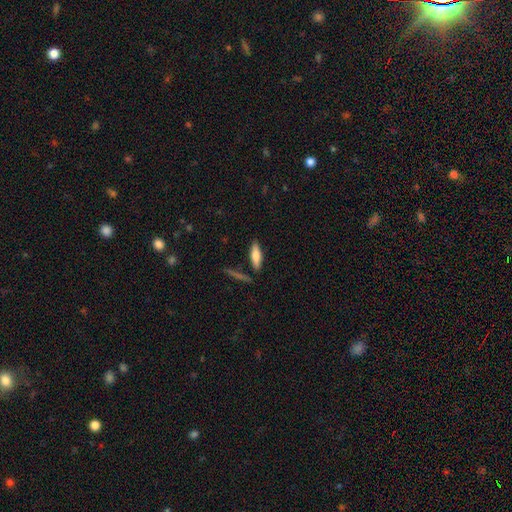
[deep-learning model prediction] The model was most divided on "how rounded": cigar-shaped: 50%, in between: 48%, round: 2%. More confident: merging — none (80%); smooth or featured — smooth (74%).